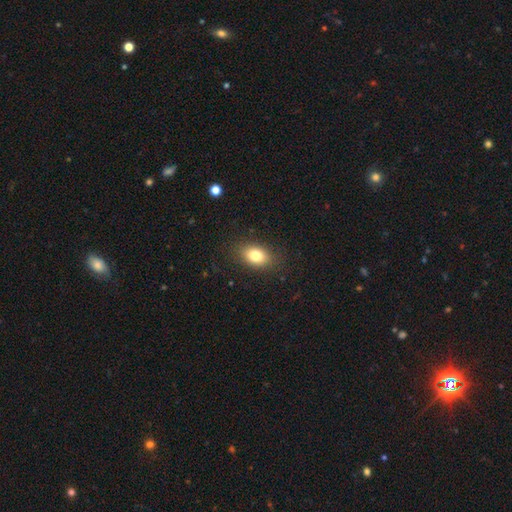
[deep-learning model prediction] This is clearly a smooth galaxy (80%). How rounded: clearly in between (81%). Merging: clearly none (86%).